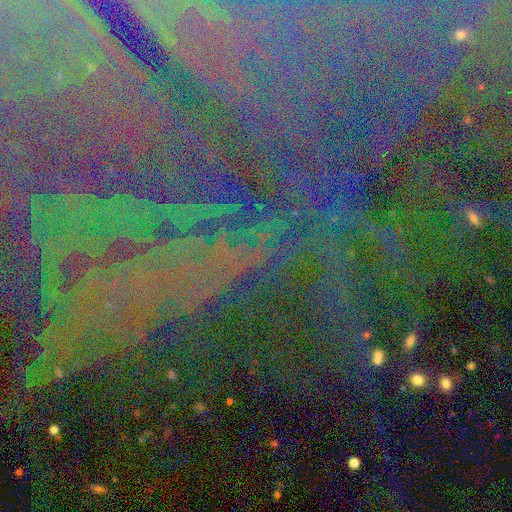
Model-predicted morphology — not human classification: A star or artifact, not a galaxy (85%).

Vote fractions:
- Smooth or featured? star or artifact: 85% / featured or disk: 8% / smooth: 7%